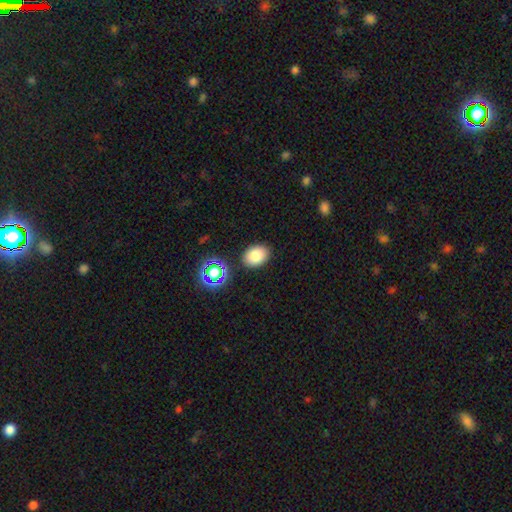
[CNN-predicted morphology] The model was most divided on "how rounded": in between: 73%, round: 26%, cigar-shaped: 1%. More confident: merging — none (85%); smooth or featured — smooth (81%).